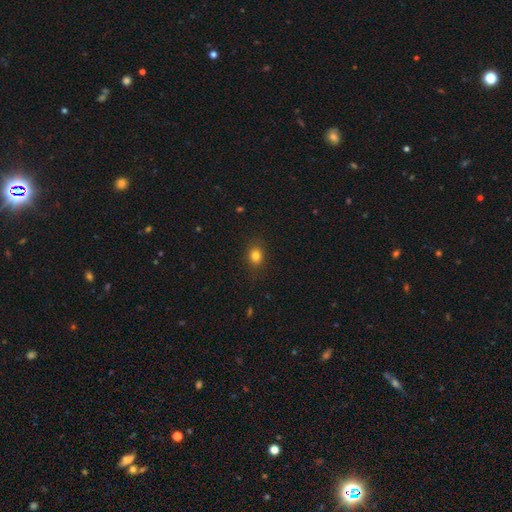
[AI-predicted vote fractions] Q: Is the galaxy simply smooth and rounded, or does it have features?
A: smooth — 81%.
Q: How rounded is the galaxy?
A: round — 57%.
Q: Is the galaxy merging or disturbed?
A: none — 85%.